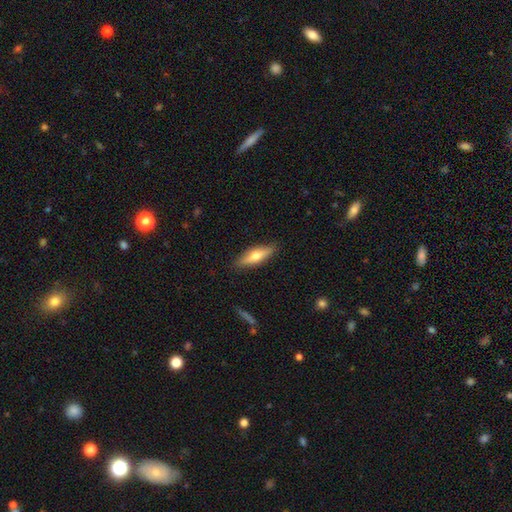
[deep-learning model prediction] smooth-or-featured: featured or disk: 47% (tied) | smooth: 47% (tied) | star or artifact: 6%
  merging: none: 87% | minor disturbance: 9% | major disturbance: 2% | merger: 1%